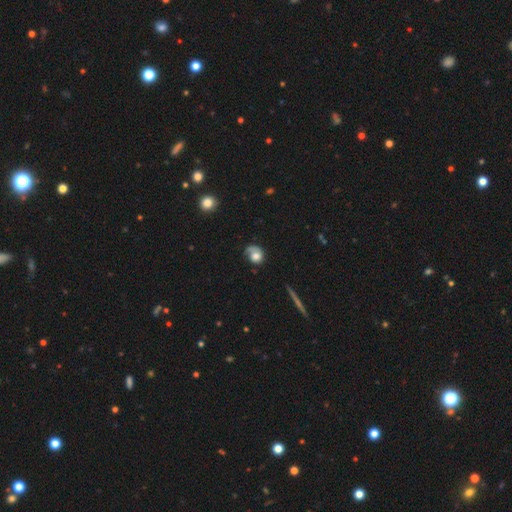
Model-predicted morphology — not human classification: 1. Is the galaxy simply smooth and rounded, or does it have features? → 56% smooth, 37% featured or disk, 8% star or artifact.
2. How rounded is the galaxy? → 66% round, 33% in between, 1% cigar-shaped.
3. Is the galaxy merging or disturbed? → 45% none, 27% minor disturbance, 24% major disturbance, 4% merger.